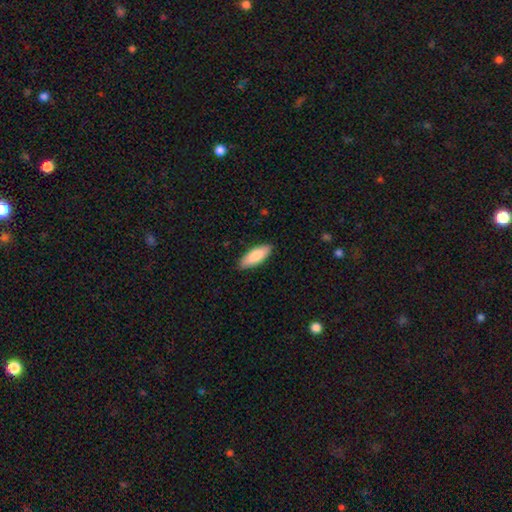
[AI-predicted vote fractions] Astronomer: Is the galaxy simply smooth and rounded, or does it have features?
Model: smooth — 84%.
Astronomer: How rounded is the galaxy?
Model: in between — 69%.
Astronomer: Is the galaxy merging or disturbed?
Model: none — 88%.